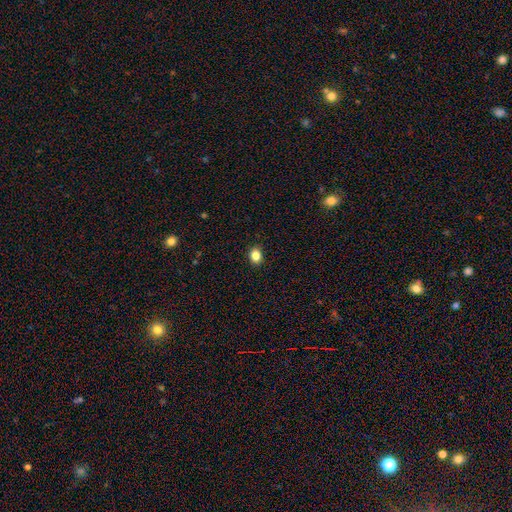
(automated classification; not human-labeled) smooth-or-featured: smooth: 85% | star or artifact: 10% | featured or disk: 5%
  how-rounded: in between: 56% | round: 43% | cigar-shaped: 1%
  merging: none: 90% | minor disturbance: 7% | major disturbance: 2% | merger: 1%